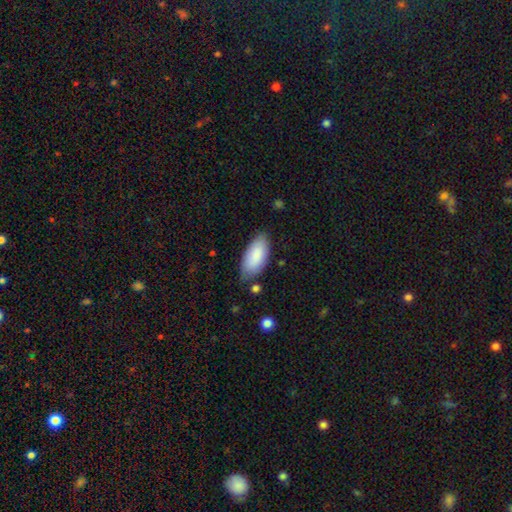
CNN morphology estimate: smooth_or_featured: smooth (p=0.87) [alt: featured or disk p=0.08]
how_rounded: in between (p=0.91) [alt: cigar-shaped p=0.07]
merging: none (p=0.77) [alt: minor disturbance p=0.17]